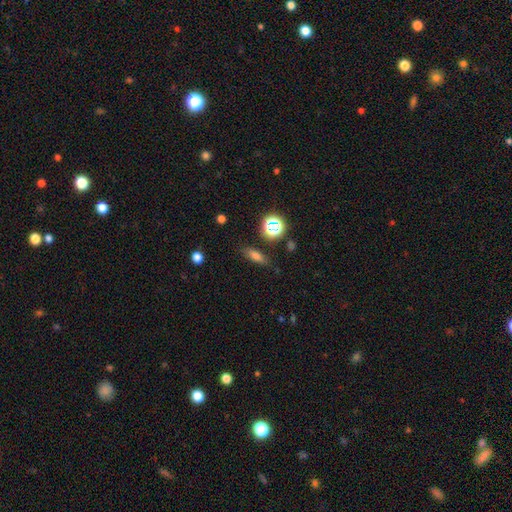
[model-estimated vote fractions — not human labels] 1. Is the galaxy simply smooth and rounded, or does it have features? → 70% smooth, 17% star or artifact, 13% featured or disk.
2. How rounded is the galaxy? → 58% in between, 33% cigar-shaped, 9% round.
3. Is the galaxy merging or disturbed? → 80% none, 13% minor disturbance, 4% major disturbance, 3% merger.